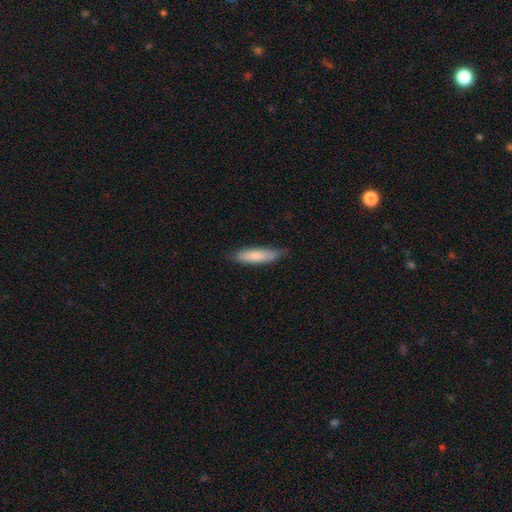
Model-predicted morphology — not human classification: smooth_or_featured: smooth (p=0.79) [alt: featured or disk p=0.15]
how_rounded: cigar-shaped (p=0.70) [alt: in between p=0.29]
merging: none (p=0.77) [alt: minor disturbance p=0.19]